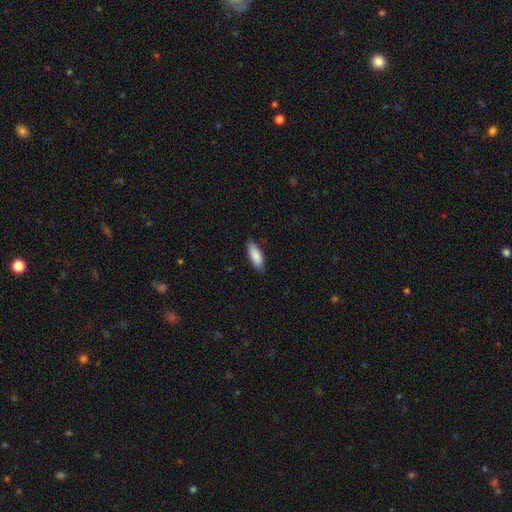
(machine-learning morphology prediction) Q: Smooth or featured?
A: smooth (87%); runner-up: featured or disk (7%)
Q: How rounded?
A: in between (72%); runner-up: cigar-shaped (26%)
Q: Merging?
A: none (83%); runner-up: minor disturbance (14%)